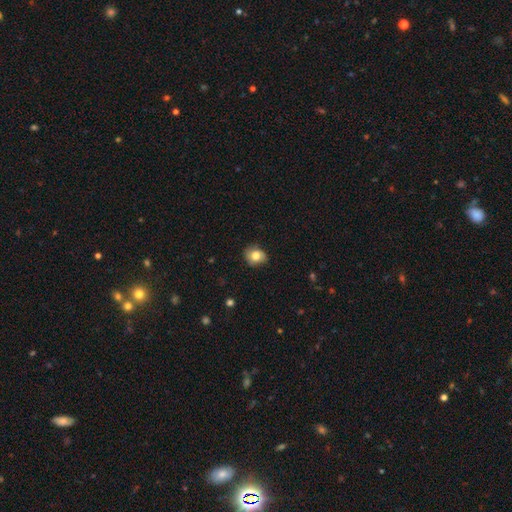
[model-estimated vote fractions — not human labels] smooth 79%, featured or disk 12%, star or artifact 9%. Down the decision tree: how rounded — round (60%); merging — none (76%).